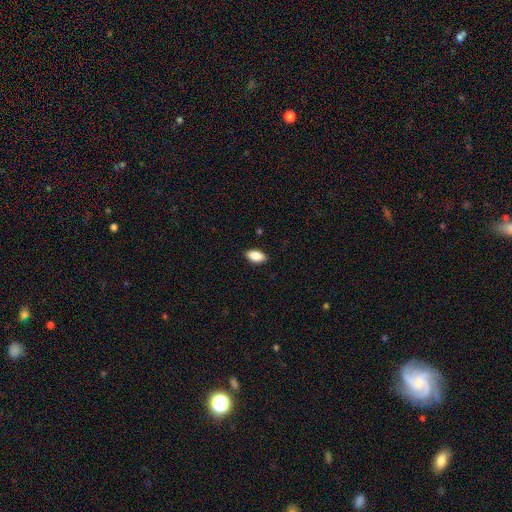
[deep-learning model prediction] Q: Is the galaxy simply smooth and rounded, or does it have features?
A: smooth — 87%.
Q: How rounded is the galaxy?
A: in between — 92%.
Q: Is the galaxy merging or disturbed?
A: none — 87%.